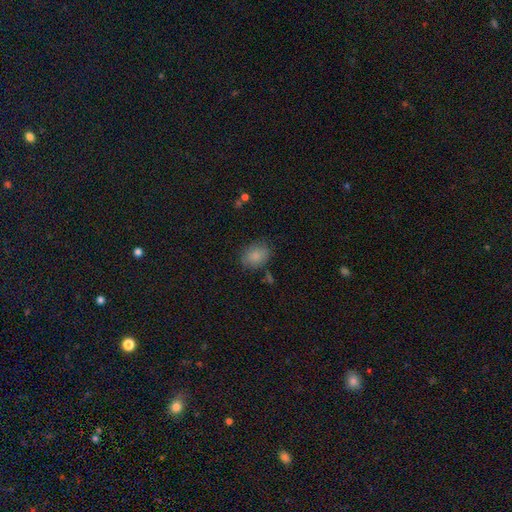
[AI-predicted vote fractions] Smooth or featured: smooth — 85% (star or artifact — 8%)
How rounded: in between — 65% (round — 34%)
Merging: none — 75% (minor disturbance — 17%)